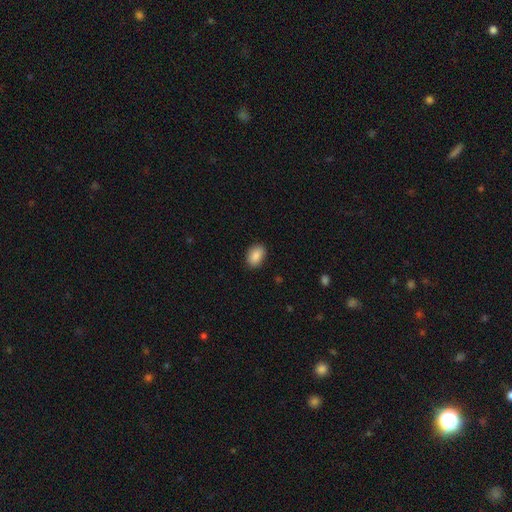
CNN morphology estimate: type=smooth (89%); roundness=in between (85%); merging=none (87%).